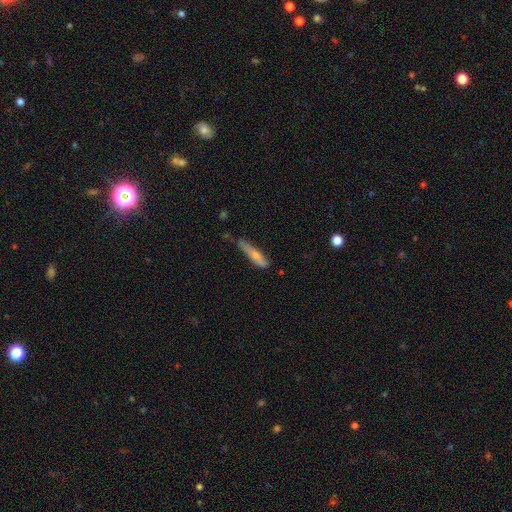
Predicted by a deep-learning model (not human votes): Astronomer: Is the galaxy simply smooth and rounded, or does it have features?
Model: smooth — 67%.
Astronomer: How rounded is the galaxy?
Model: cigar-shaped — 83%.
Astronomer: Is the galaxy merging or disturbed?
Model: none — 52% (runner-up: minor disturbance, 35%).